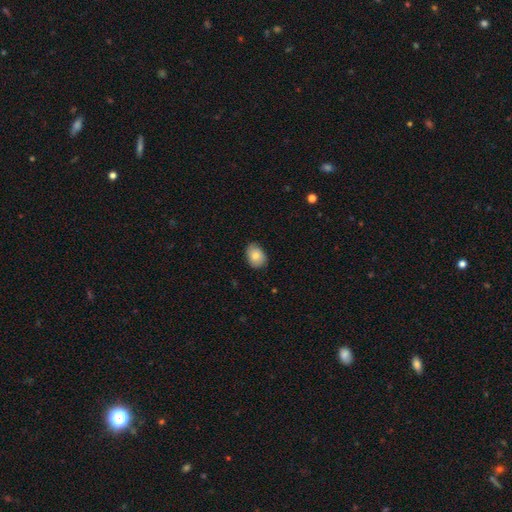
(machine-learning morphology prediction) smooth-or-featured: smooth: 78% | featured or disk: 15% | star or artifact: 8%
  how-rounded: in between: 70% | round: 29% | cigar-shaped: 1%
  merging: none: 80% | minor disturbance: 17% | major disturbance: 2% | merger: 1%